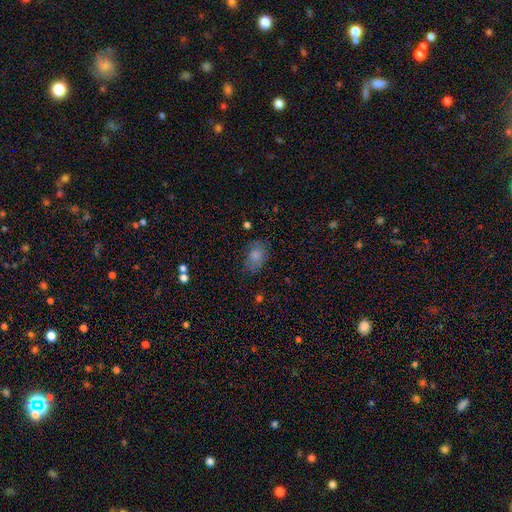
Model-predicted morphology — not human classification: type=smooth (78%); roundness=in between (79%); merging=none (65%).